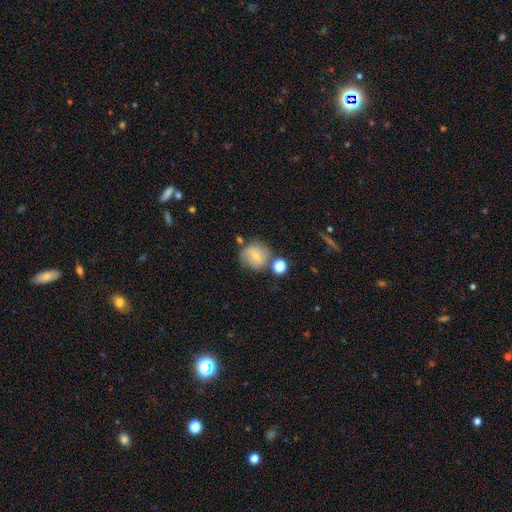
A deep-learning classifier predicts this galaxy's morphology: Smooth or featured?
  - smooth: 55% *
  - featured or disk: 35%
  - star or artifact: 10%
How rounded?
  - round: 84% *
  - in between: 15%
  - cigar-shaped: 1%
Merging?
  - none: 61% *
  - minor disturbance: 18%
  - merger: 14%
  - major disturbance: 7%